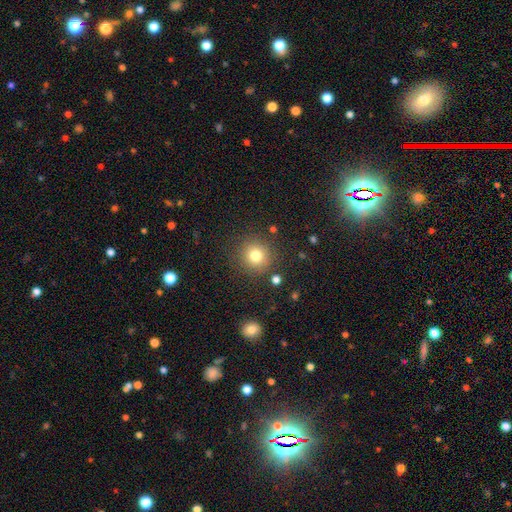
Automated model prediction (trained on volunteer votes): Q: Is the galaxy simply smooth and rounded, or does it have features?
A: smooth — 79%.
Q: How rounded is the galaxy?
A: round — 93%.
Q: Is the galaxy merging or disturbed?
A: none — 87%.